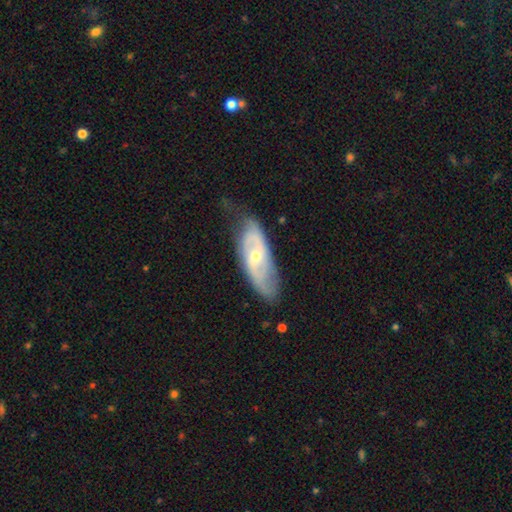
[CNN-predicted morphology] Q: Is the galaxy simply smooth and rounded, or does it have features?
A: featured or disk — 73%.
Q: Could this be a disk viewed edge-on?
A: no — 86%.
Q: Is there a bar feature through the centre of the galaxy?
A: no — 61%.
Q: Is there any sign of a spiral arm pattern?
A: yes — 82%.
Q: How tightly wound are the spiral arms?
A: medium — 41%.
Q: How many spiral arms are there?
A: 2 — 64%.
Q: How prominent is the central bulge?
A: small — 55%.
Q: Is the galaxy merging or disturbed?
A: none — 63%.